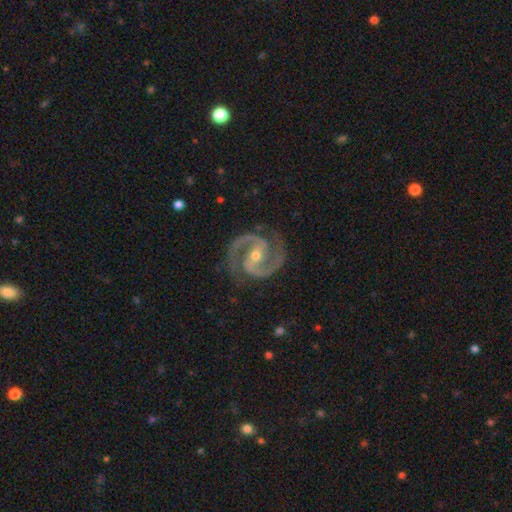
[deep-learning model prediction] smooth_or_featured: featured or disk (p=0.94) [alt: star or artifact p=0.04]
disk_edge_on: no (p=0.98) [alt: yes p=0.02]
bar: weak (p=0.37) [alt: strong p=0.33]
has_spiral_arms: yes (p=0.99) [alt: no p=0.01]
spiral_winding: medium (p=0.61) [alt: tight p=0.33]
spiral_arm_count: 2 (p=0.93) [alt: 3 p=0.02]
bulge_size: small (p=0.50) [alt: moderate p=0.47]
merging: none (p=0.83) [alt: minor disturbance p=0.12]